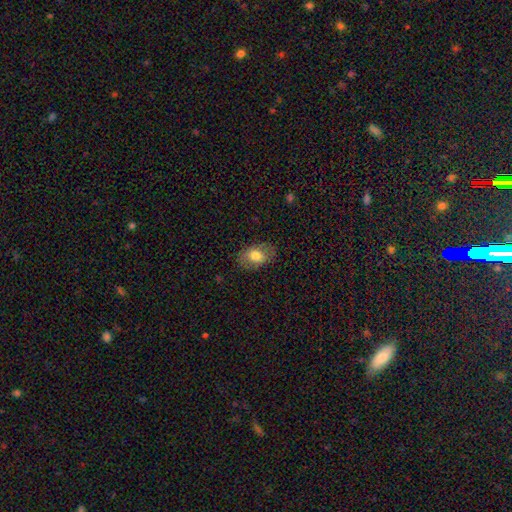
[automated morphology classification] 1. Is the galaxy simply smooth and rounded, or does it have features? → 70% smooth, 22% featured or disk, 8% star or artifact.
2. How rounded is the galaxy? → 85% in between, 14% round, 1% cigar-shaped.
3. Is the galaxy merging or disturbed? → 80% none, 14% minor disturbance, 4% major disturbance, 1% merger.